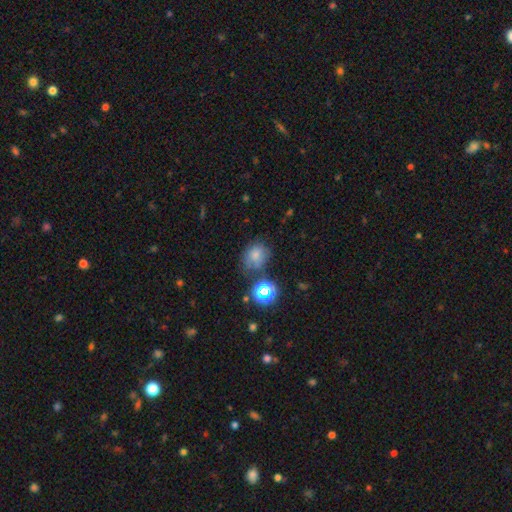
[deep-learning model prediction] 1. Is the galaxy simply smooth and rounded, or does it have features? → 70% smooth, 19% star or artifact, 11% featured or disk.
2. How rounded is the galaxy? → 65% round, 35% in between, 1% cigar-shaped.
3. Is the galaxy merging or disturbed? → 55% none, 24% minor disturbance, 11% merger, 10% major disturbance.